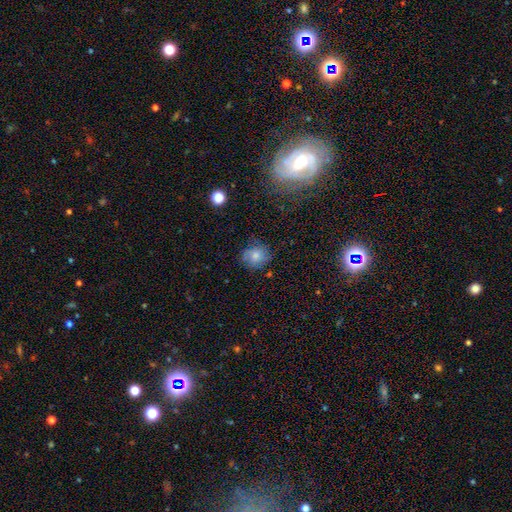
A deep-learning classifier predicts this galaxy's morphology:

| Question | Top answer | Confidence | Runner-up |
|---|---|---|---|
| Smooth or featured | smooth | 71% | featured or disk (18%) |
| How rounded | round | 80% | in between (18%) |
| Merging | none | 74% | minor disturbance (19%) |